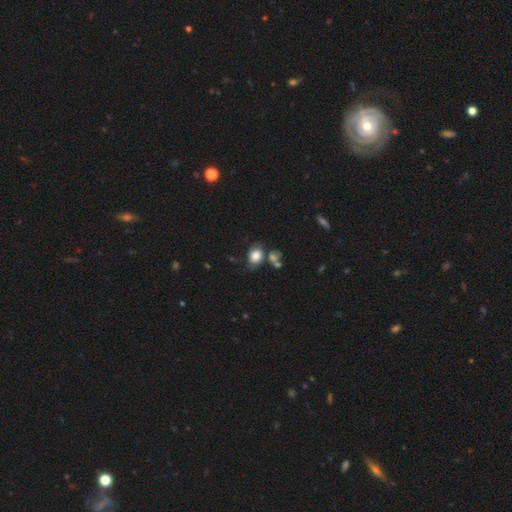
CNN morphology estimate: smooth-or-featured: smooth: 79% | featured or disk: 11% | star or artifact: 9%
  how-rounded: in between: 60% | round: 39% | cigar-shaped: 1%
  merging: none: 56% | minor disturbance: 22% | merger: 14% | major disturbance: 8%